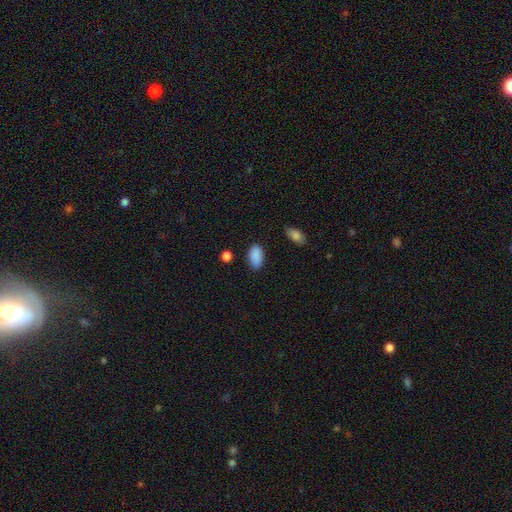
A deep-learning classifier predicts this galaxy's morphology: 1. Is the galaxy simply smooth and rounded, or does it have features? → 90% smooth, 7% star or artifact, 3% featured or disk.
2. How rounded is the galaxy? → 94% in between, 5% round, 2% cigar-shaped.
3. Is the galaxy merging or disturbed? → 82% none, 13% minor disturbance, 3% major disturbance, 2% merger.